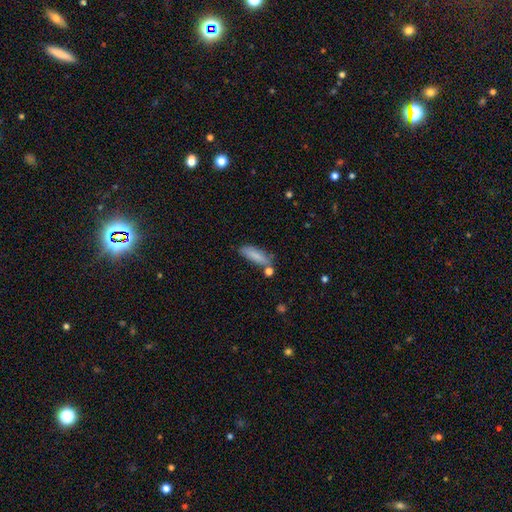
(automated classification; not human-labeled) smooth-or-featured: smooth: 83% | featured or disk: 9% | star or artifact: 7%
  how-rounded: cigar-shaped: 51% | in between: 47% | round: 2%
  merging: none: 66% | minor disturbance: 19% | merger: 10% | major disturbance: 5%